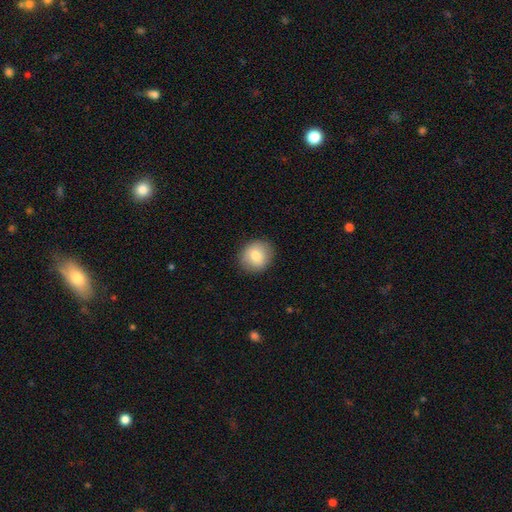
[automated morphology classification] type=smooth (80%); roundness=round (79%); merging=none (88%).